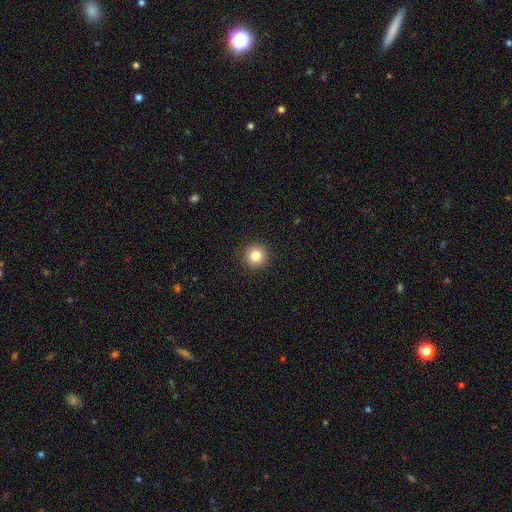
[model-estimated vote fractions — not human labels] Smooth or featured?
  - smooth: 84% *
  - star or artifact: 11%
  - featured or disk: 6%
How rounded?
  - round: 96% *
  - in between: 4%
  - cigar-shaped: 1%
Merging?
  - none: 93% *
  - minor disturbance: 5%
  - major disturbance: 2%
  - merger: 1%